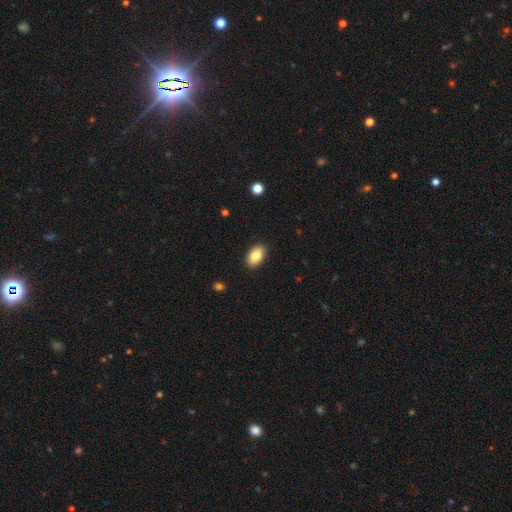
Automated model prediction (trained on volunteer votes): This is clearly a smooth galaxy (84%). How rounded: clearly in between (92%). Merging: clearly none (90%).